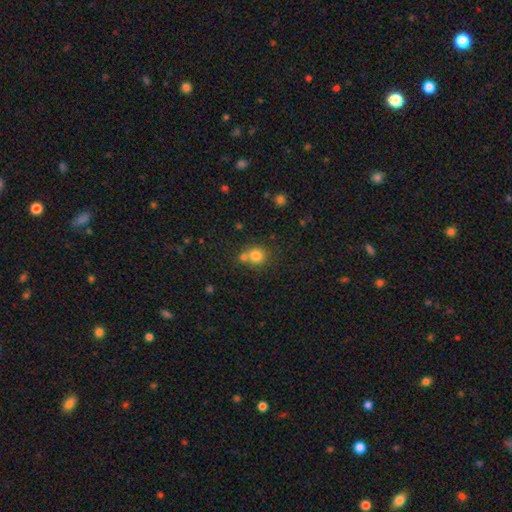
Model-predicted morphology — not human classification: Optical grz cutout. It shows a smooth galaxy with no disk features (79%) that is round (86%). Merging: none (54%).